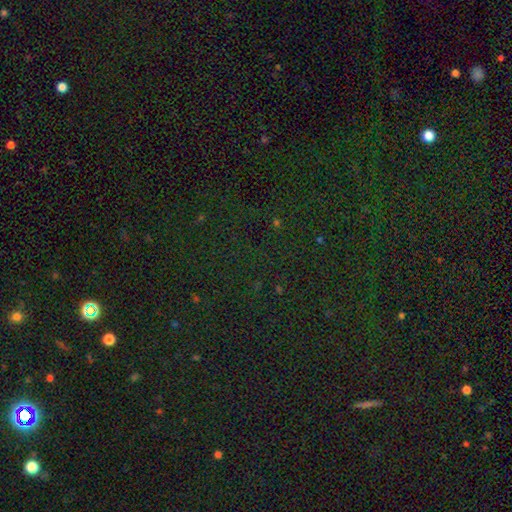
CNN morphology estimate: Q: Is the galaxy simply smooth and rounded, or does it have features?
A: star or artifact — 80%.